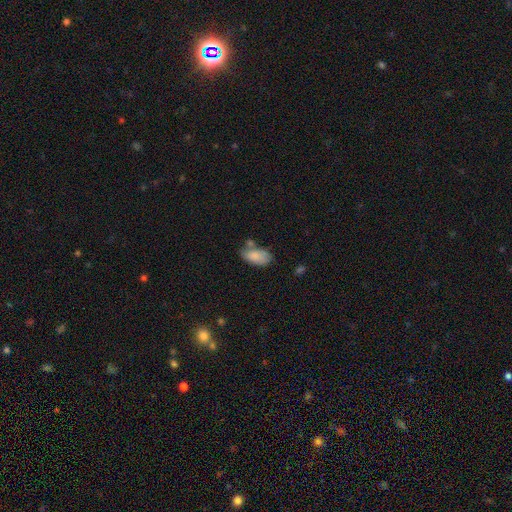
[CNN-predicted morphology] Smooth or featured? smooth (82%)
How rounded? in between (93%)
Merging? none (51%)